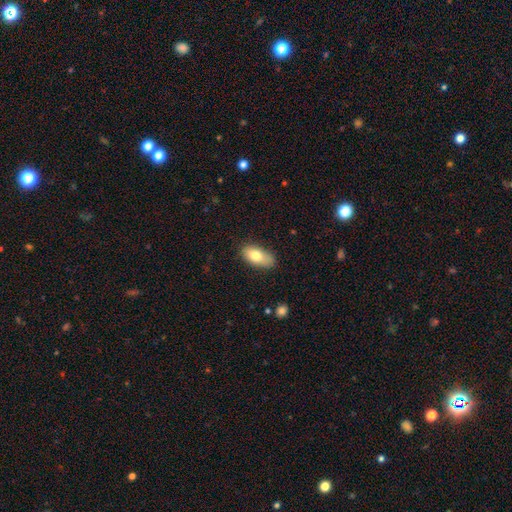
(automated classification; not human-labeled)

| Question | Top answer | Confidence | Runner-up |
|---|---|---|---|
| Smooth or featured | smooth | 76% | featured or disk (16%) |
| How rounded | in between | 90% | cigar-shaped (6%) |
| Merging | none | 76% | minor disturbance (19%) |